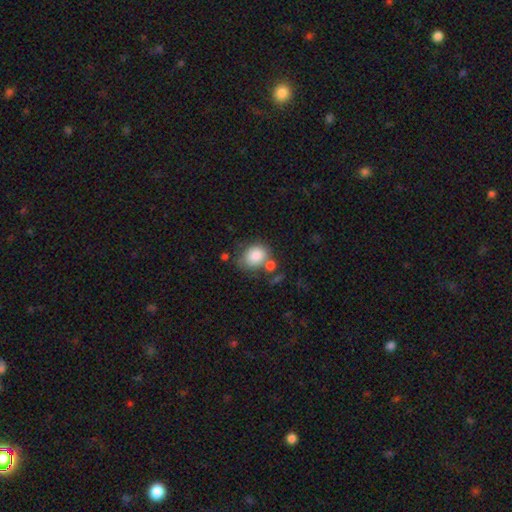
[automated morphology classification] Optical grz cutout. It shows a smooth galaxy with no disk features (84%) that is round (51%). Merging: none (56%).